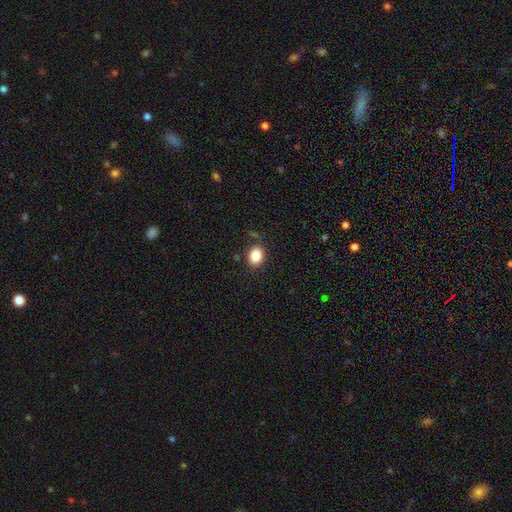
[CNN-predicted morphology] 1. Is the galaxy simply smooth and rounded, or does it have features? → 85% smooth, 10% star or artifact, 5% featured or disk.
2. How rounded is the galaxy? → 54% in between, 45% round, 1% cigar-shaped.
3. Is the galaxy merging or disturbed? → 84% none, 11% minor disturbance, 3% major disturbance, 3% merger.